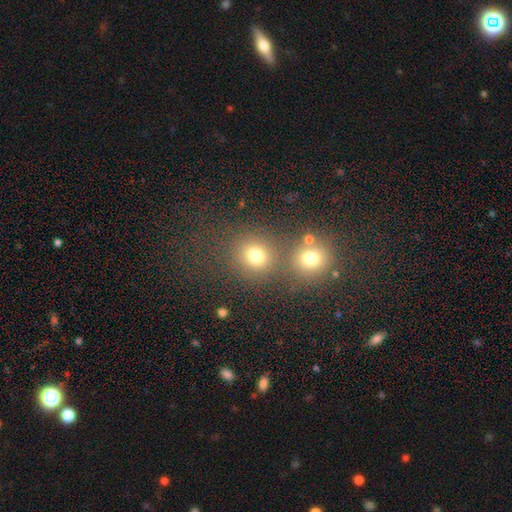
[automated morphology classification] This appears to be a smooth galaxy with no disk features (76%) that is round (84%). Merging: none (59%).